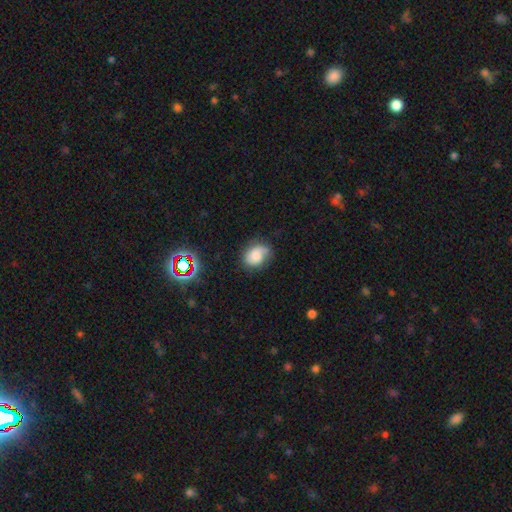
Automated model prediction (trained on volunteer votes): Q: Smooth or featured?
A: smooth (50%); runner-up: featured or disk (39%)
Q: Merging?
A: none (61%); runner-up: minor disturbance (26%)